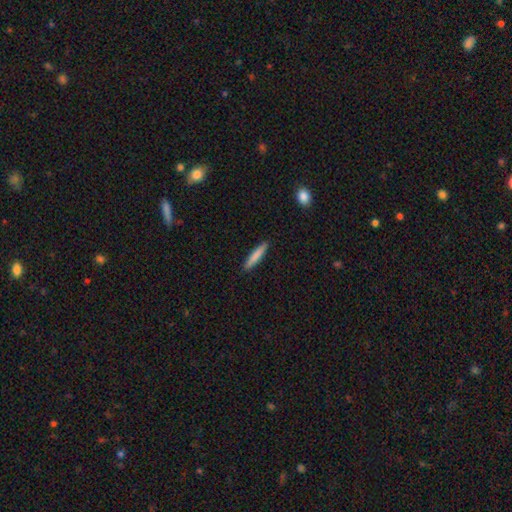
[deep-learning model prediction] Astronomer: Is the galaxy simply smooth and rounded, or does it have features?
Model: smooth — 79%.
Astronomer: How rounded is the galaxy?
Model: cigar-shaped — 92%.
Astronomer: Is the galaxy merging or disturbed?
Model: none — 91%.